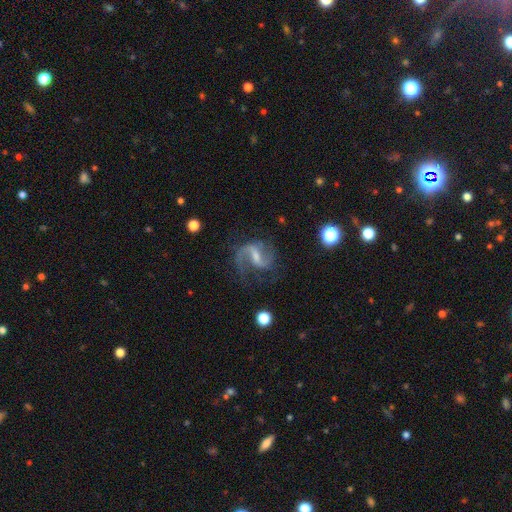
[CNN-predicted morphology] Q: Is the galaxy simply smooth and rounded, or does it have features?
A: featured or disk — 88%.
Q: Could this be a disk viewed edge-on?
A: no — 98%.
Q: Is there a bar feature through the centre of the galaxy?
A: weak — 51%.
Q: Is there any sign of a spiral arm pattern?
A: yes — 97%.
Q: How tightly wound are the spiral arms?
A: medium — 47%.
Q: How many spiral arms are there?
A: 2 — 87%.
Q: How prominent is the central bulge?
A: small — 49%.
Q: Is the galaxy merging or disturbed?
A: none — 69%.